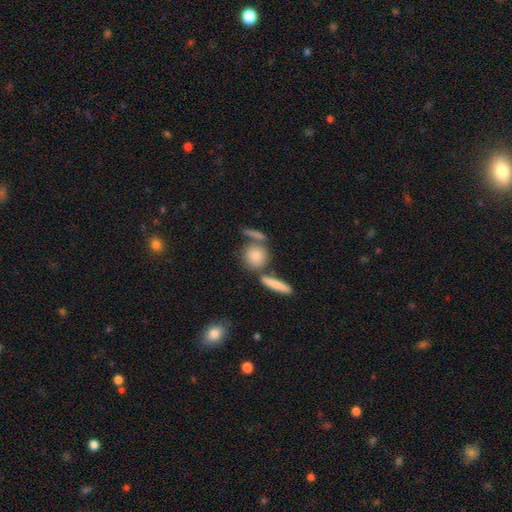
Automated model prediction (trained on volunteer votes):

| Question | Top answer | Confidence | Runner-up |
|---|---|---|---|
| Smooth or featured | smooth | 80% | featured or disk (13%) |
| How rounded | round | 71% | in between (22%) |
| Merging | none | 60% | merger (24%) |